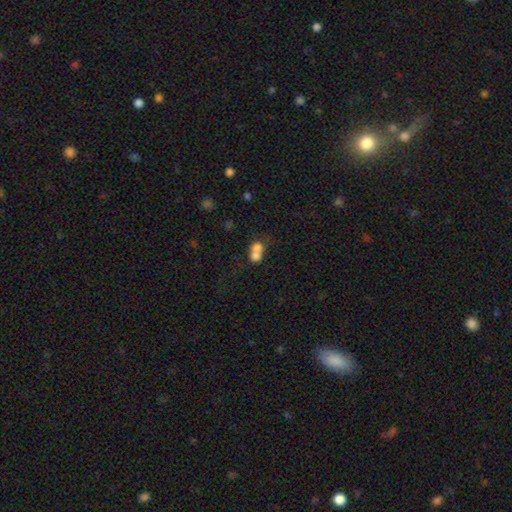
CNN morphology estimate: Smooth or featured? smooth (71%)
How rounded? round (53%)
Merging? merger (70%)